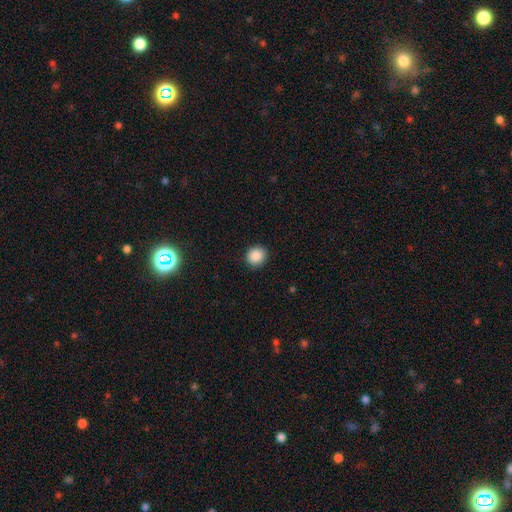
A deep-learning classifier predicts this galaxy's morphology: smooth_or_featured: smooth (p=0.88) [alt: star or artifact p=0.09]
how_rounded: round (p=0.81) [alt: in between p=0.18]
merging: none (p=0.89) [alt: minor disturbance p=0.07]